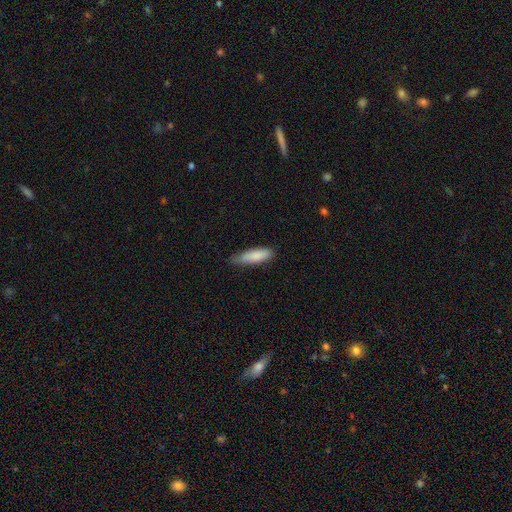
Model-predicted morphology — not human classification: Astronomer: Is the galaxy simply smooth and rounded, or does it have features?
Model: smooth — 84%.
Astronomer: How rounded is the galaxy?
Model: cigar-shaped — 64%.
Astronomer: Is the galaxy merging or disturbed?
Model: none — 65%.